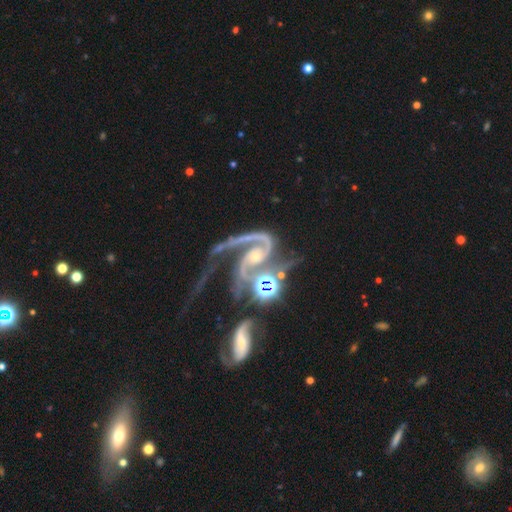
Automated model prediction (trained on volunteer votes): This appears to be a featured or disk galaxy (91%) with no bar (46%), 2 (79%) medium (49%) spiral arms (98%) and a small central bulge (57%). Merging: major disturbance (34%, tied with merger).